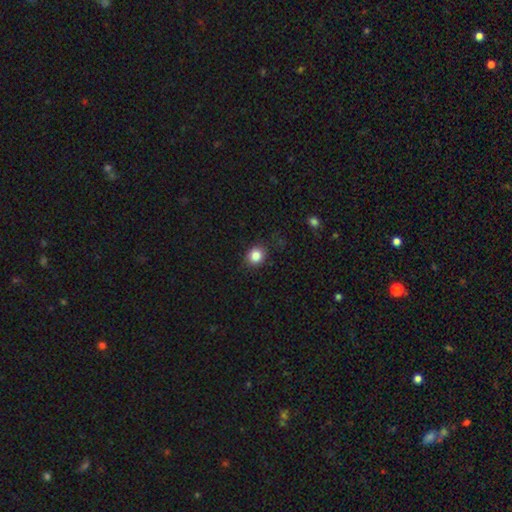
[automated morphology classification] The model was most divided on "how rounded": round: 72%, in between: 27%, cigar-shaped: 1%. More confident: merging — none (86%); smooth or featured — smooth (84%).